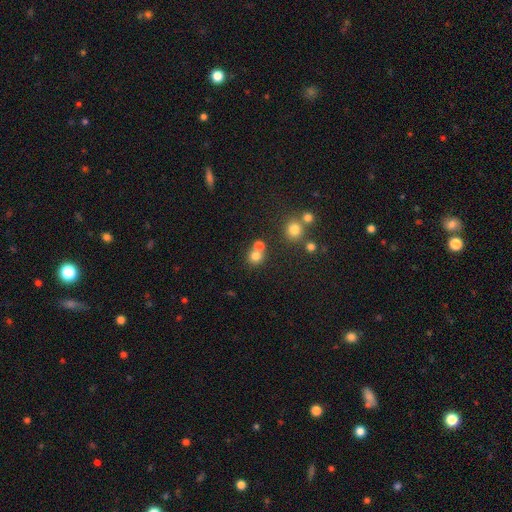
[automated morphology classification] smooth_or_featured: smooth (p=0.74) [alt: star or artifact p=0.16]
how_rounded: round (p=0.85) [alt: in between p=0.14]
merging: none (p=0.54) [alt: merger p=0.35]